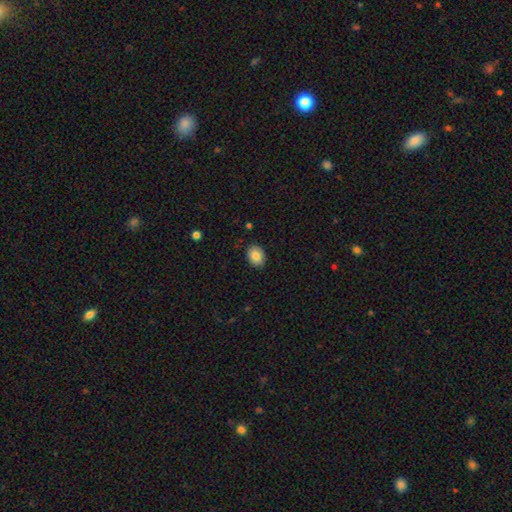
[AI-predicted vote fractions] This appears to be a smooth galaxy with no disk features (84%) that is in between round and cigar-shaped (63%). Merging: none (88%).